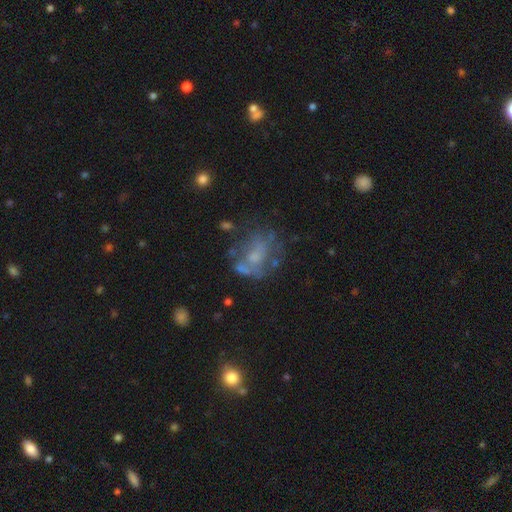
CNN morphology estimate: A featured or disk galaxy (54%) with no bar (78%), no spiral arms (73%) and a small central bulge (33%).

Vote fractions:
- Smooth or featured? featured or disk: 54% / smooth: 31% / star or artifact: 16%
- Edge-on disk? no: 97% / yes: 3%
- Bar? no: 78% / weak: 18% / strong: 4%
- Spiral arms? no: 73% / yes: 27%
- Bulge size? small: 33% / moderate: 31% / none: 30% / large: 4% / dominant: 1%
- Merging? none: 44% / major disturbance: 24% / minor disturbance: 21% / merger: 11%